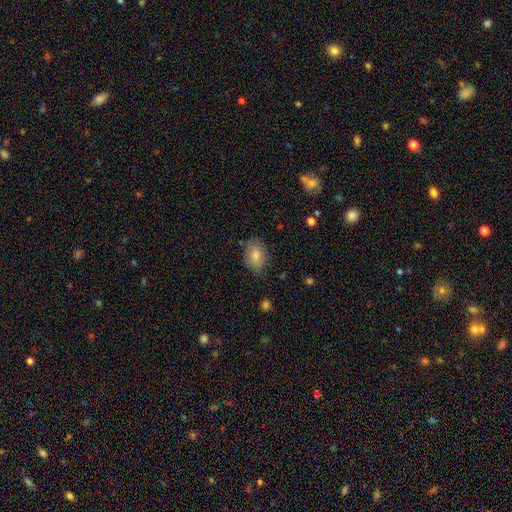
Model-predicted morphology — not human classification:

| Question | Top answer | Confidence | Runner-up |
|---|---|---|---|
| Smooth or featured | smooth | 81% | featured or disk (12%) |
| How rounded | in between | 82% | round (17%) |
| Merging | none | 72% | minor disturbance (22%) |